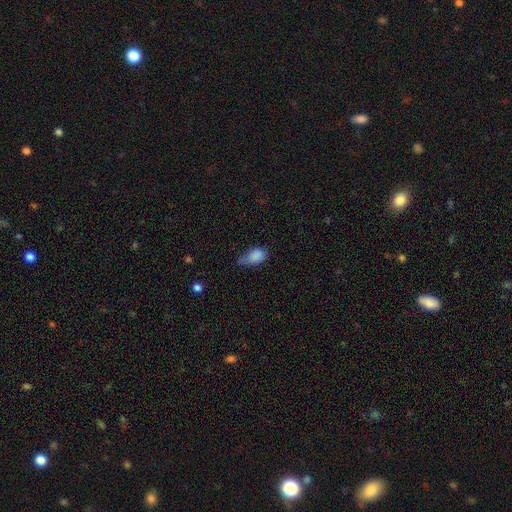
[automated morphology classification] type=smooth (83%); roundness=in between (87%); merging=minor disturbance (45%).